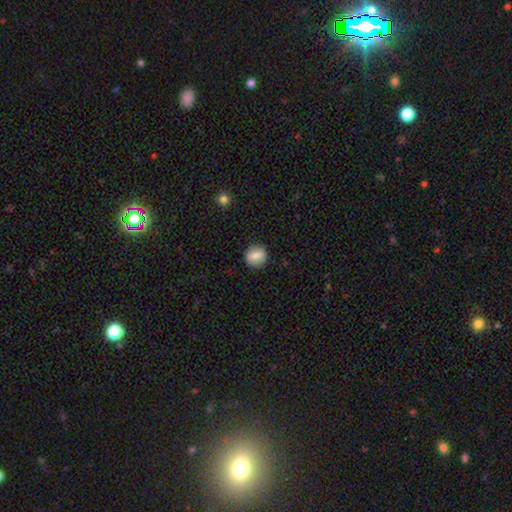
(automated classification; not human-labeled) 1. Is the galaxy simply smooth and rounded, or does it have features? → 81% smooth, 11% featured or disk, 8% star or artifact.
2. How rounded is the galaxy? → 84% round, 15% in between, 1% cigar-shaped.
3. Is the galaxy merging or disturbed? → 88% none, 9% minor disturbance, 2% major disturbance, 1% merger.